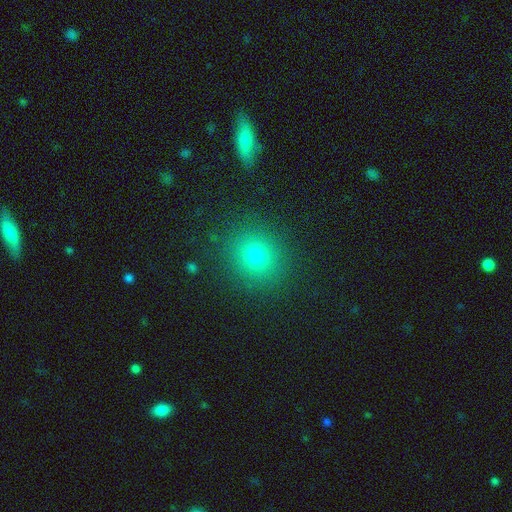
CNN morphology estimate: smooth_or_featured: smooth (p=0.73) [alt: star or artifact p=0.19]
how_rounded: round (p=0.86) [alt: in between p=0.13]
merging: none (p=0.89) [alt: minor disturbance p=0.07]